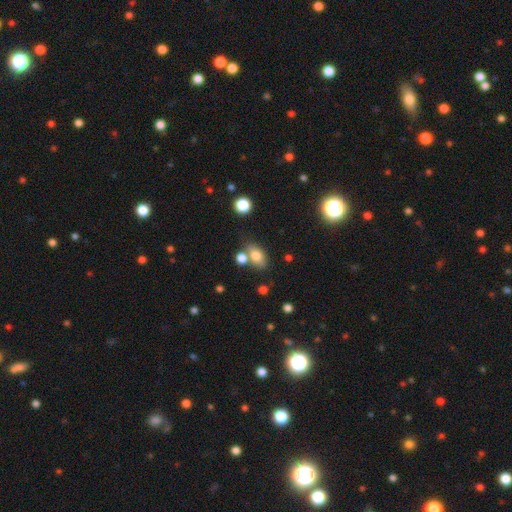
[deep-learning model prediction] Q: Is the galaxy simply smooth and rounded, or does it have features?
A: smooth — 78%.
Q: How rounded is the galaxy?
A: in between — 81%.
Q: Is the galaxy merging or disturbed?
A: none — 59%.